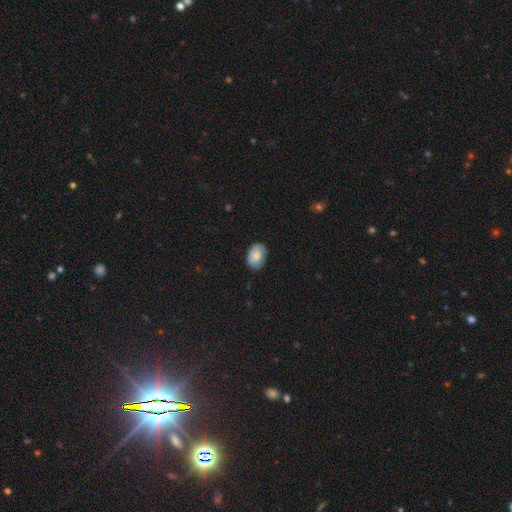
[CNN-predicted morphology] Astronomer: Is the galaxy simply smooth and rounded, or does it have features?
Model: smooth — 73%.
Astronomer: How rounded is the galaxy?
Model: in between — 78%.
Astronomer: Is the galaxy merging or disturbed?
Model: none — 74%.